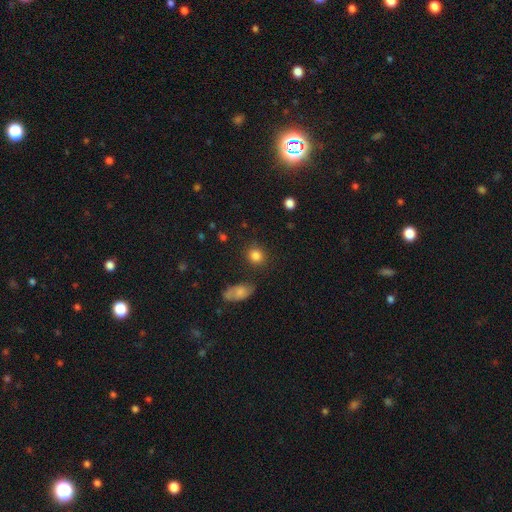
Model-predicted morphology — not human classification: A smooth galaxy with no disk features (84%) that is round (82%).

Vote fractions:
- Smooth or featured? smooth: 84% / star or artifact: 10% / featured or disk: 5%
- How rounded? round: 82% / in between: 17% / cigar-shaped: 1%
- Merging? none: 84% / minor disturbance: 9% / merger: 4% / major disturbance: 3%